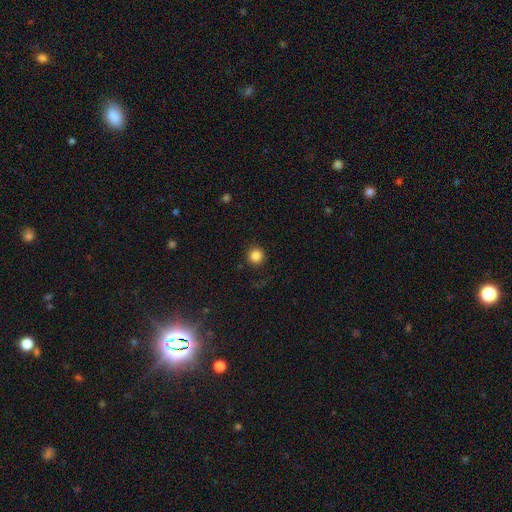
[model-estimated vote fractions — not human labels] This appears to be a smooth galaxy with no disk features (85%) that is round (94%). Merging: none (90%).